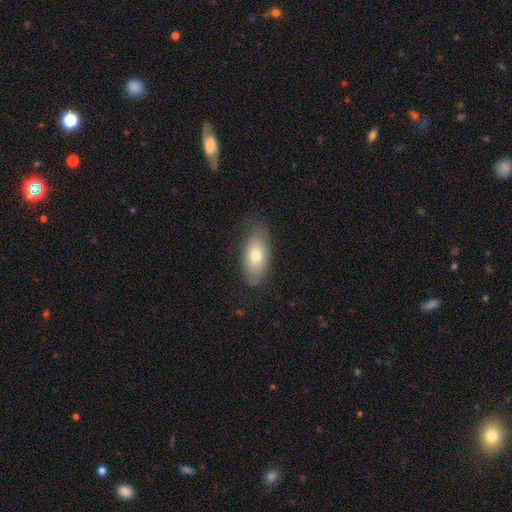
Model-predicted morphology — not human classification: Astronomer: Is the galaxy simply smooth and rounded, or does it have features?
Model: smooth — 70%.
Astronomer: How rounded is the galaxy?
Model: in between — 86%.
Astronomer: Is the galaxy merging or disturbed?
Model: none — 74%.